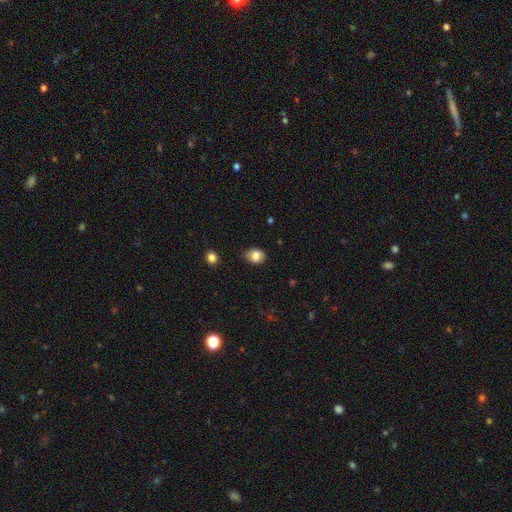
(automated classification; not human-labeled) This appears to be a smooth galaxy with no disk features (81%) that is in between round and cigar-shaped (63%). Merging: none (67%).